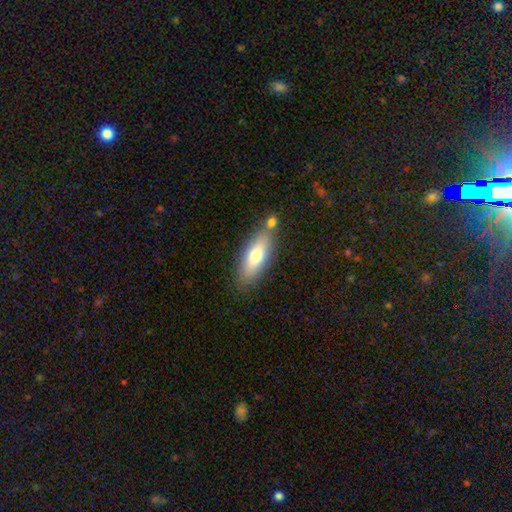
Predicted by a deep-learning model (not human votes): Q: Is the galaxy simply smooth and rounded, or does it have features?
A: smooth — 71%.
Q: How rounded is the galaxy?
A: in between — 69%.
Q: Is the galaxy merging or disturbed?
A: none — 64%.